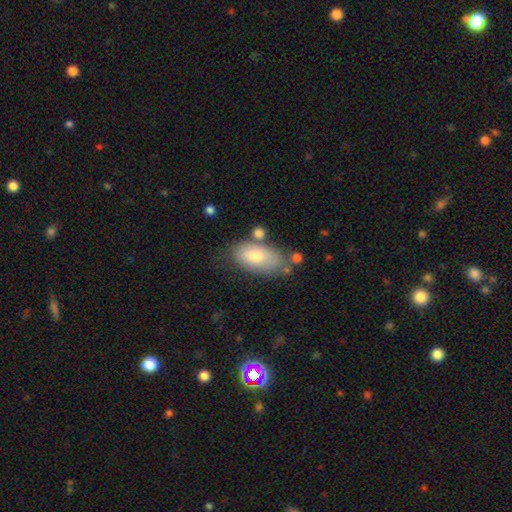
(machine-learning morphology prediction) Q: Smooth or featured?
A: smooth (73%); runner-up: featured or disk (20%)
Q: How rounded?
A: in between (92%); runner-up: round (4%)
Q: Merging?
A: none (58%); runner-up: minor disturbance (23%)